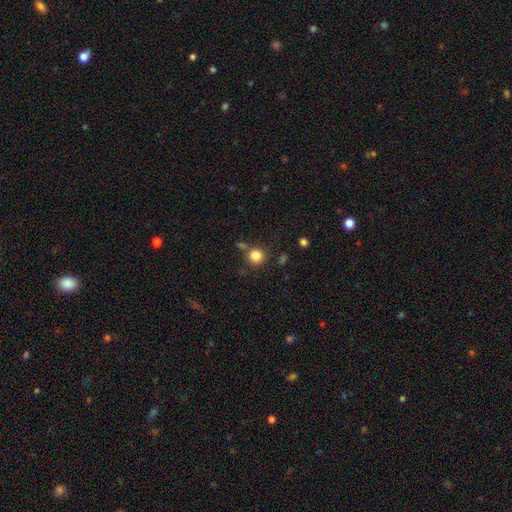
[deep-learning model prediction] Overall: smooth (83%). How rounded: round (93%). Merging: none (77%).